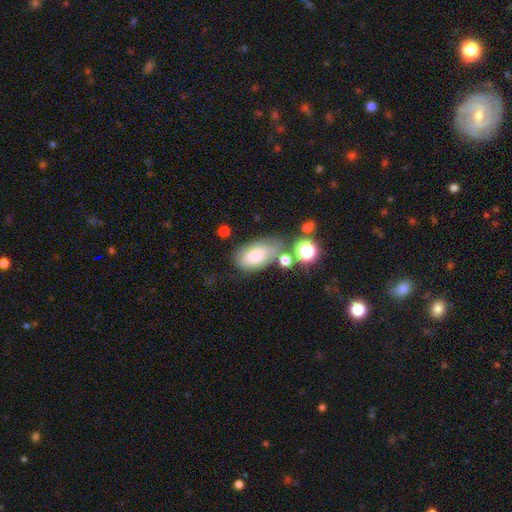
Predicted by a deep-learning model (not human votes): This appears to be a smooth galaxy with no disk features (60%) that is in between round and cigar-shaped (90%). Merging: none (46%).